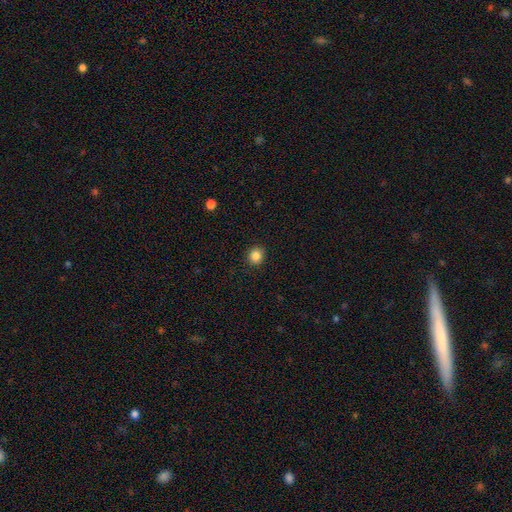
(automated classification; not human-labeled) smooth_or_featured: smooth (p=0.85) [alt: star or artifact p=0.11]
how_rounded: round (p=0.86) [alt: in between p=0.13]
merging: none (p=0.91) [alt: minor disturbance p=0.06]